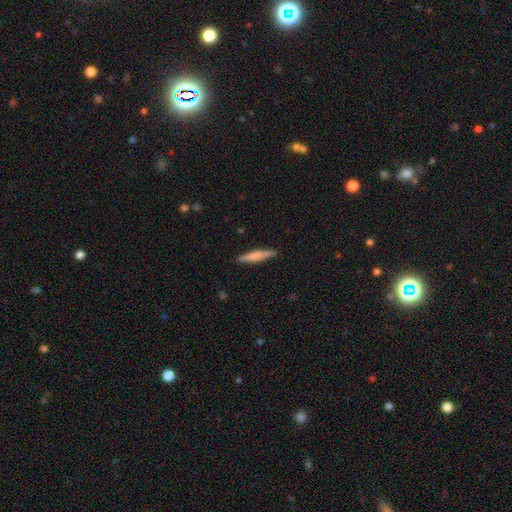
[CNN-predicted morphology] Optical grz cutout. It shows a smooth galaxy with no disk features (58%) that is cigar-shaped (91%). Merging: none (91%).